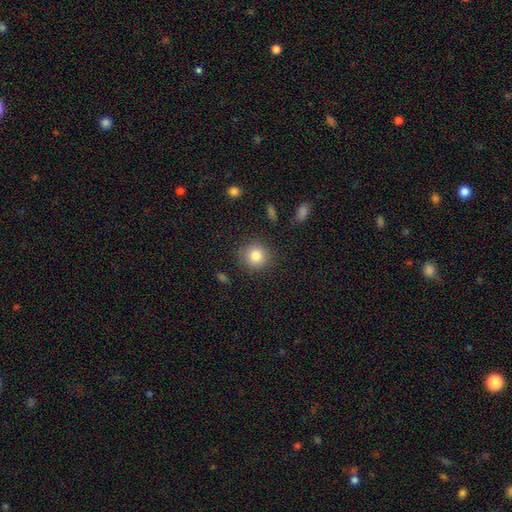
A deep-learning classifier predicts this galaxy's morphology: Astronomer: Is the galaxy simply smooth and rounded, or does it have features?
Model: smooth — 84%.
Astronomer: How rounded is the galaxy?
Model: round — 91%.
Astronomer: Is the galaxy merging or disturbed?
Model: none — 87%.